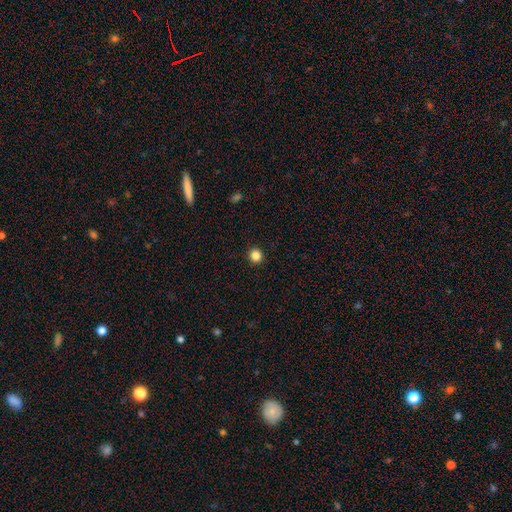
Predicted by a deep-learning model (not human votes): Smooth or featured? smooth (85%)
How rounded? round (92%)
Merging? none (93%)